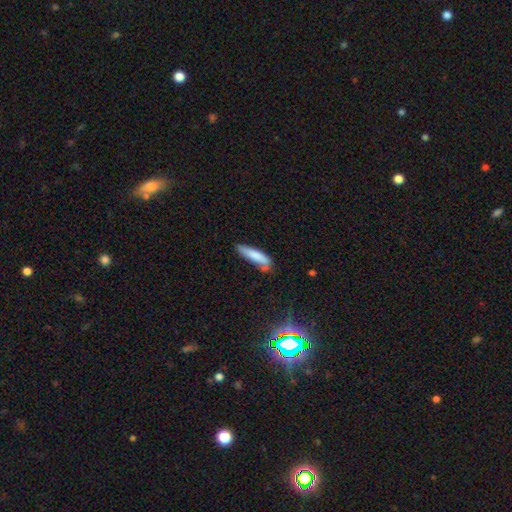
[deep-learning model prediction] Smooth or featured? smooth (76%)
How rounded? cigar-shaped (75%)
Merging? none (54%)